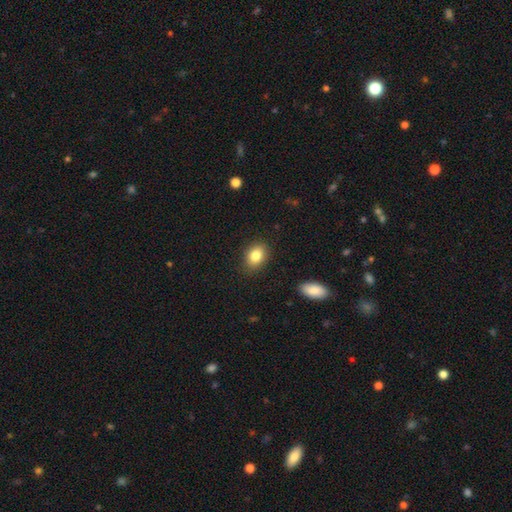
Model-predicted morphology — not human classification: smooth 84%, star or artifact 9%, featured or disk 8%. Down the decision tree: how rounded — in between (70%); merging — none (86%).